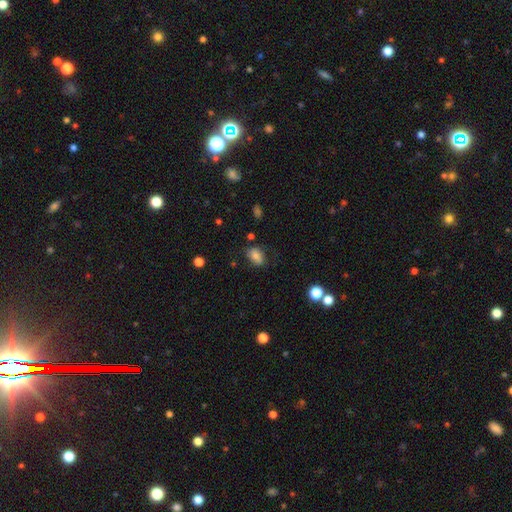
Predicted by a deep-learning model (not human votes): This is likely a smooth galaxy (77%). How rounded: likely in between (78%). Merging: likely none (67%).